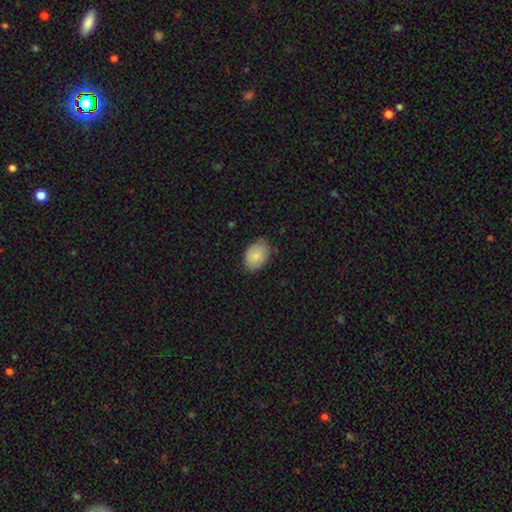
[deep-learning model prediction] This appears to be a smooth galaxy with no disk features (79%) that is in between round and cigar-shaped (78%). Merging: none (72%).